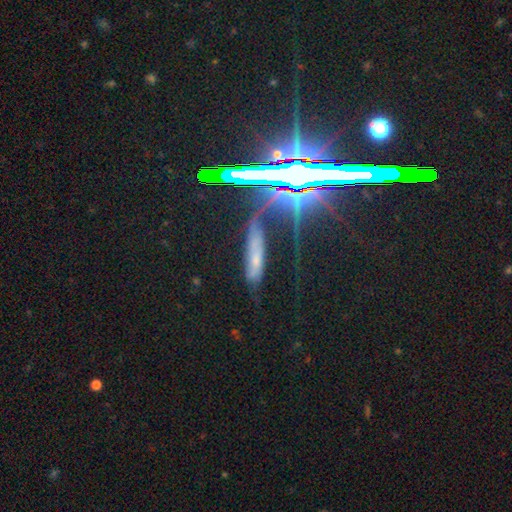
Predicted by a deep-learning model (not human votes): A star or artifact, not a galaxy (37%).

Vote fractions:
- Smooth or featured? star or artifact: 37% / featured or disk: 36% / smooth: 27%